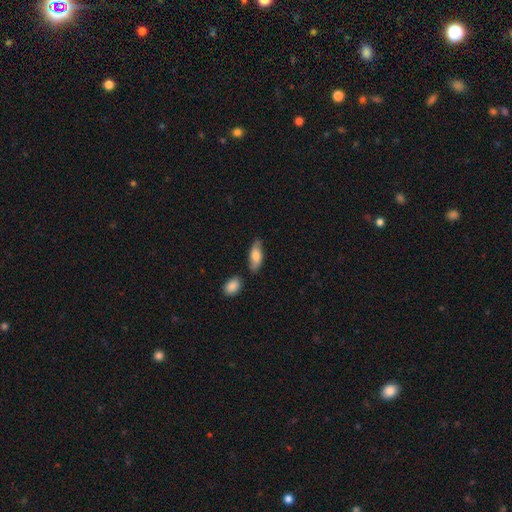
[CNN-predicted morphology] The model was most divided on "smooth or featured": smooth: 67%, featured or disk: 27%, star or artifact: 6%. More confident: how rounded — in between (78%); merging — none (74%).